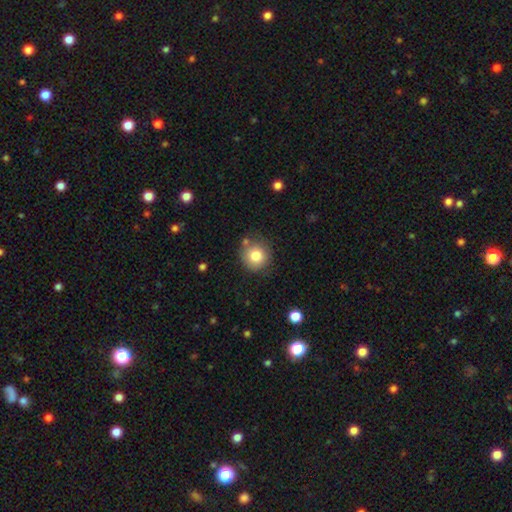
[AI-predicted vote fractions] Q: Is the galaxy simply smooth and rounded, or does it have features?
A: smooth — 80%.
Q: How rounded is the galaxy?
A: round — 92%.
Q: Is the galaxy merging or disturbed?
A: none — 78%.